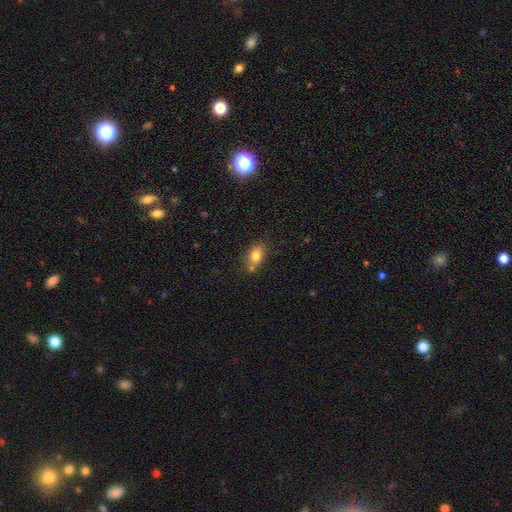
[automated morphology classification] smooth-or-featured: smooth: 80% | featured or disk: 11% | star or artifact: 10%
  how-rounded: in between: 73% | round: 25% | cigar-shaped: 2%
  merging: none: 61% | merger: 19% | minor disturbance: 15% | major disturbance: 4%